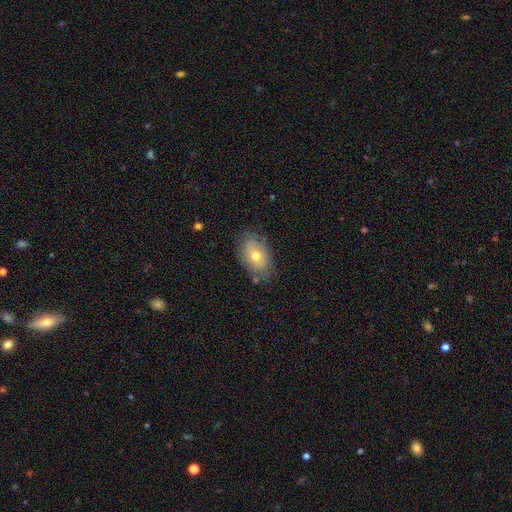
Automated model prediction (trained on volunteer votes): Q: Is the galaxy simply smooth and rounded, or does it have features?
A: smooth — 53%.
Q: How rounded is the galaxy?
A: in between — 86%.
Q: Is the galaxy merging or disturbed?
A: none — 76%.